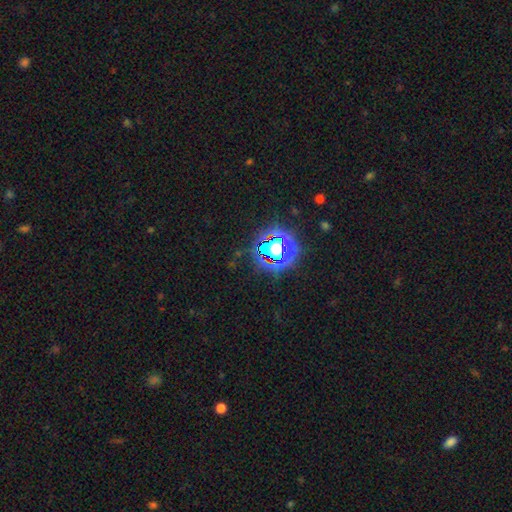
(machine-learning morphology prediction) smooth-or-featured: star or artifact: 79% | smooth: 14% | featured or disk: 7%